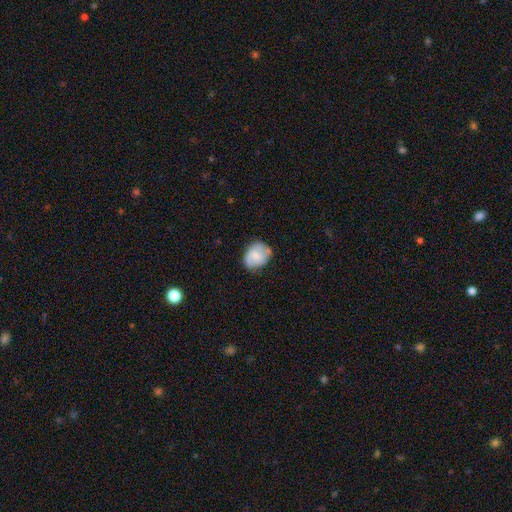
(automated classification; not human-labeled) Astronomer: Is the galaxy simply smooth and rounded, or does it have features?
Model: smooth — 60%.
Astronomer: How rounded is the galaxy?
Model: round — 52% (runner-up: in between, 47%).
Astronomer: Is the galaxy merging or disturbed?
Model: none — 66%.